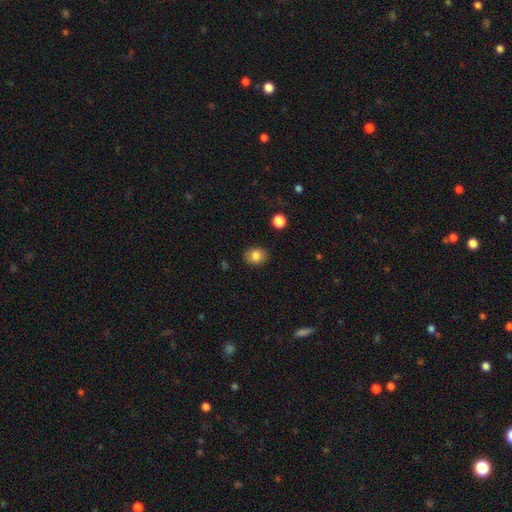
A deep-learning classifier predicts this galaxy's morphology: Smooth or featured?
  - smooth: 83% *
  - star or artifact: 10%
  - featured or disk: 7%
How rounded?
  - round: 52% *
  - in between: 47%
  - cigar-shaped: 1%
Merging?
  - none: 87% *
  - minor disturbance: 9%
  - major disturbance: 2%
  - merger: 1%